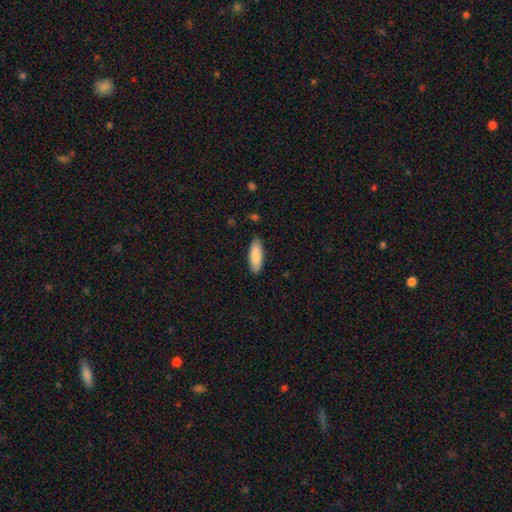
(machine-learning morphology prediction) Smooth or featured? Predicted: smooth (p=0.86). How rounded? Predicted: in between (p=0.59). Merging? Predicted: none (p=0.87).